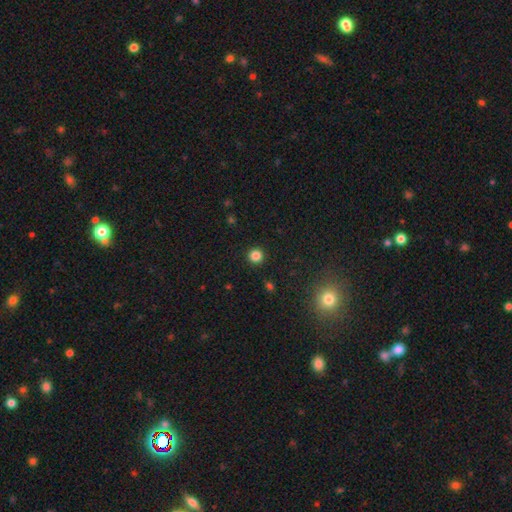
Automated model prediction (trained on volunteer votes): smooth 84%, star or artifact 13%, featured or disk 4%. Down the decision tree: how rounded — round (95%); merging — none (93%).